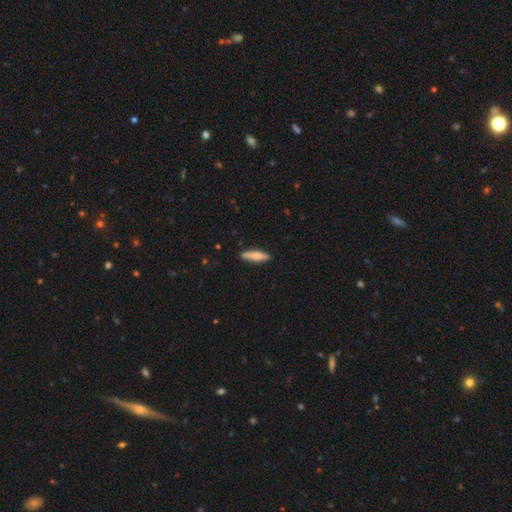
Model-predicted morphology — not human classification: A smooth galaxy with no disk features (72%) that is cigar-shaped (76%). Merging: none (87%).